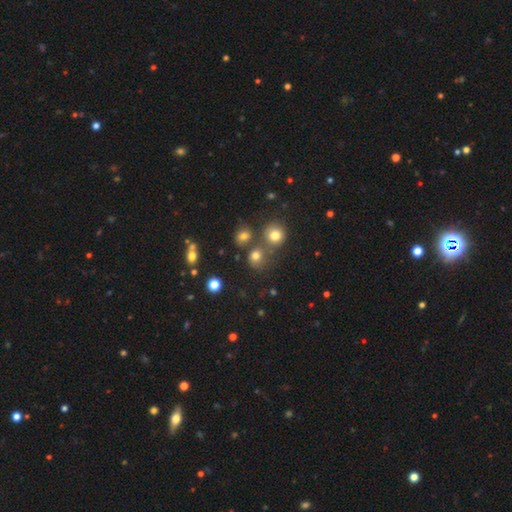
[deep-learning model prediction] A smooth galaxy with no disk features (74%) that is round (79%). Merging: none (60%).